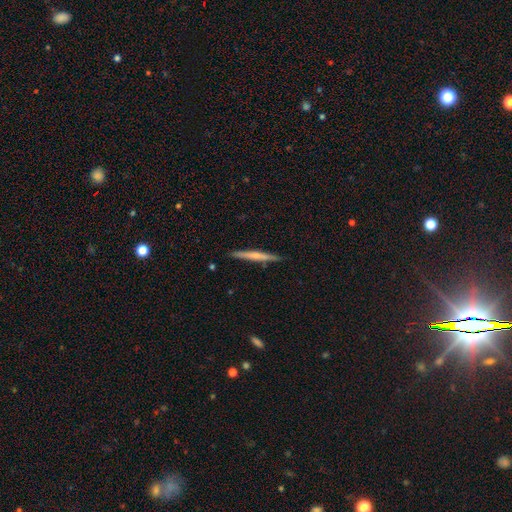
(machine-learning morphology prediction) This is possibly a smooth galaxy (48%). Merging: clearly none (90%).